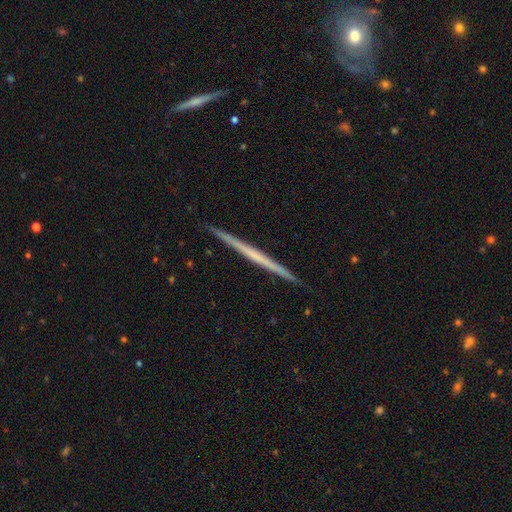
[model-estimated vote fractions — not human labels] featured or disk 66%, smooth 29%, star or artifact 6%. Down the decision tree: edge-on disk — yes (98%); edge-on bulge — none (84%); merging — none (92%).